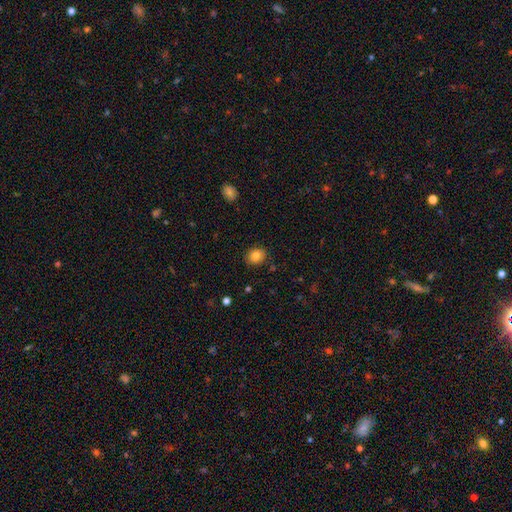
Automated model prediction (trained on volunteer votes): smooth 82%, star or artifact 10%, featured or disk 7%. Down the decision tree: how rounded — round (72%); merging — none (88%).